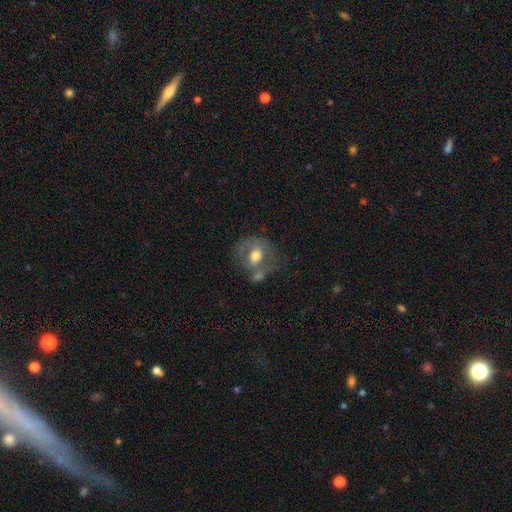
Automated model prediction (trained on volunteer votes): Morphology: type=featured or disk (49%); merging=none (45%).